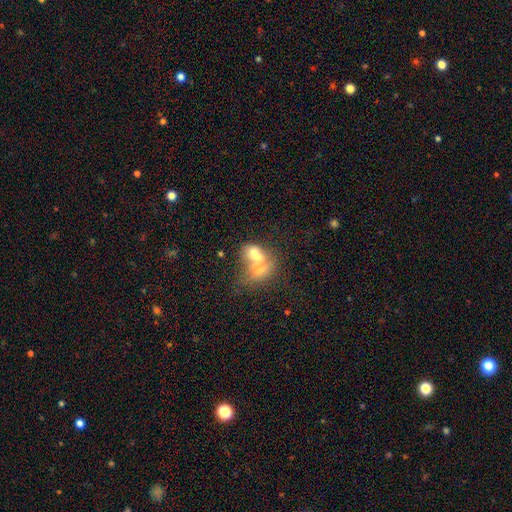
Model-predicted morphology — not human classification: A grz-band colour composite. It shows a smooth galaxy with no disk features (56%) that is in between round and cigar-shaped (67%). Merging: merger (69%).